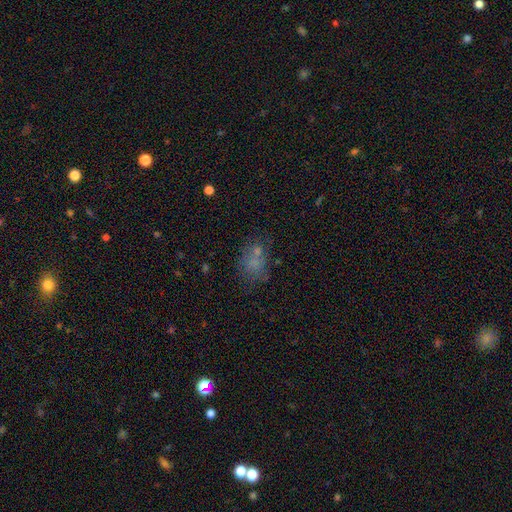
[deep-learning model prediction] A smooth galaxy with no disk features (58%) that is in between round and cigar-shaped (61%).

Vote fractions:
- Smooth or featured? smooth: 58% / star or artifact: 22% / featured or disk: 20%
- How rounded? in between: 61% / round: 37% / cigar-shaped: 2%
- Merging? none: 54% / minor disturbance: 18% / merger: 16% / major disturbance: 12%